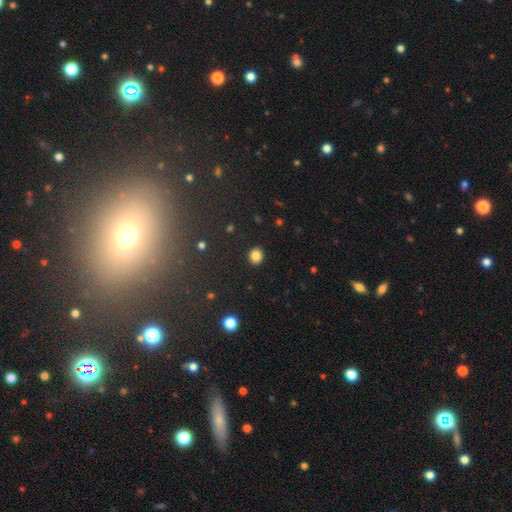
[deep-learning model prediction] smooth-or-featured: smooth: 85% | star or artifact: 11% | featured or disk: 5%
  how-rounded: round: 75% | in between: 24% | cigar-shaped: 1%
  merging: none: 91% | minor disturbance: 6% | major disturbance: 2% | merger: 1%